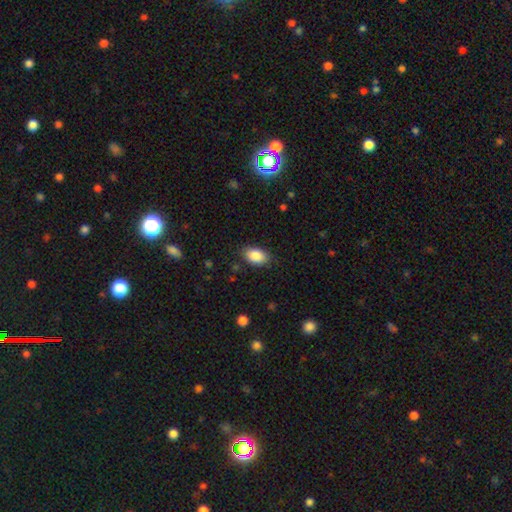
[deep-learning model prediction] Overall: smooth (87%). How rounded: in between (90%). Merging: none (84%).